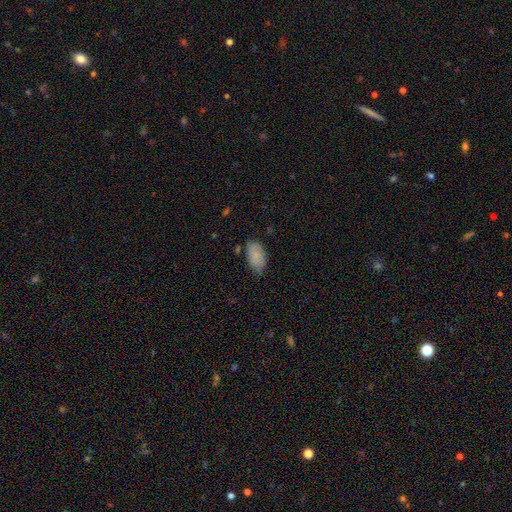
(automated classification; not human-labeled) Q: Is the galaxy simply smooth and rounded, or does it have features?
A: smooth — 85%.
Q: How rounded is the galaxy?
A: in between — 95%.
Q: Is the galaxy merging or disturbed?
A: none — 73%.